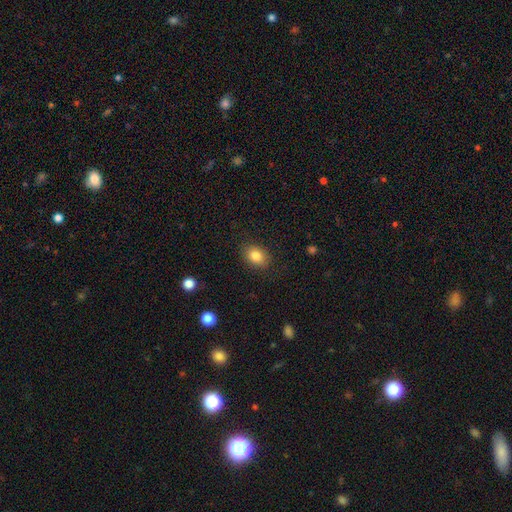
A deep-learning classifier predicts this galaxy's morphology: This is clearly a smooth galaxy (83%). How rounded: likely in between (71%). Merging: clearly none (86%).